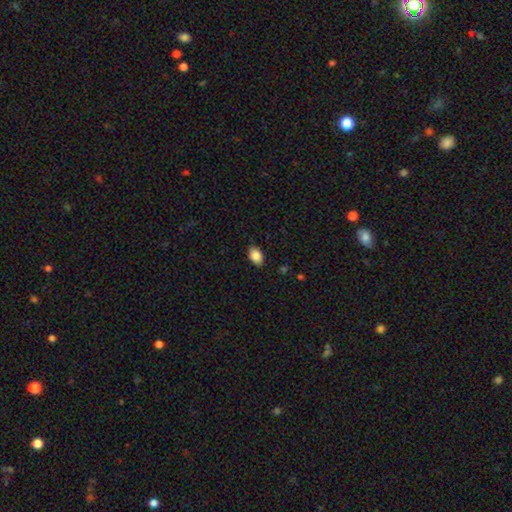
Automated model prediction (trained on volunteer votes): smooth-or-featured: smooth: 86% | star or artifact: 8% | featured or disk: 7%
  how-rounded: in between: 87% | round: 12% | cigar-shaped: 1%
  merging: none: 86% | minor disturbance: 11% | major disturbance: 2% | merger: 1%